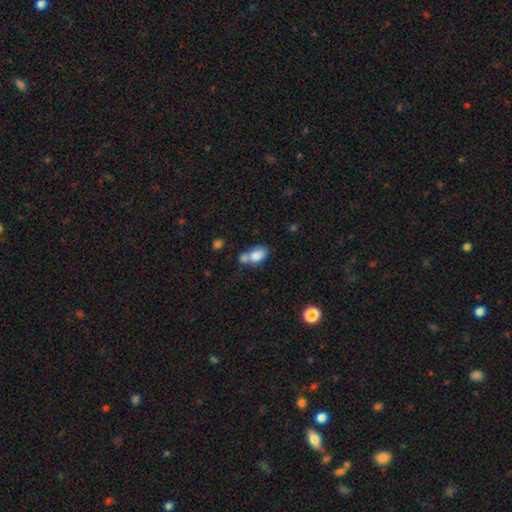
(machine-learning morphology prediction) smooth-or-featured: smooth: 77% | featured or disk: 14% | star or artifact: 9%
  how-rounded: in between: 84% | round: 13% | cigar-shaped: 2%
  merging: merger: 48% | none: 29% | minor disturbance: 15% | major disturbance: 7%